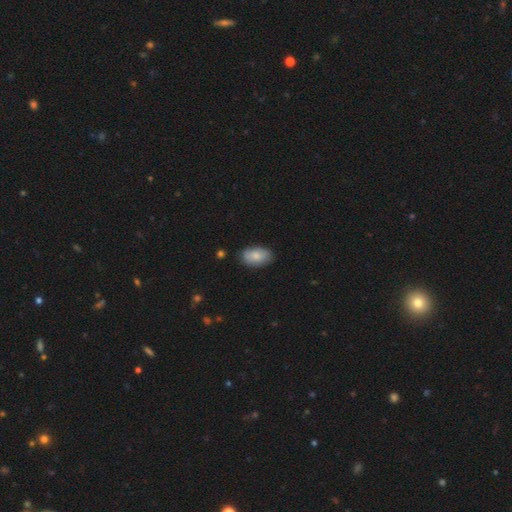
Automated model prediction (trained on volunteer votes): This appears to be a smooth galaxy with no disk features (81%) that is in between round and cigar-shaped (93%). Merging: none (81%).